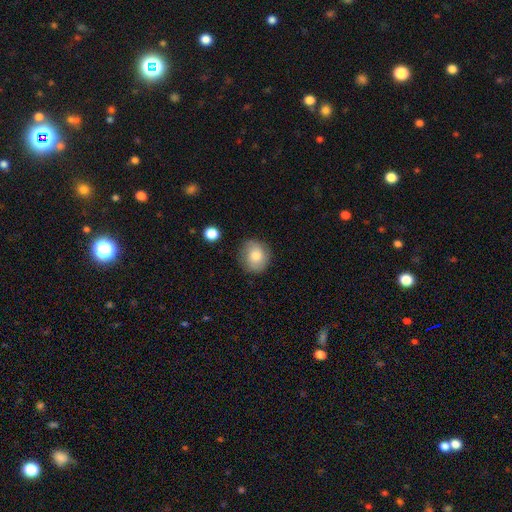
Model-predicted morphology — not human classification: This is likely a smooth galaxy (80%). How rounded: likely round (78%). Merging: clearly none (81%).